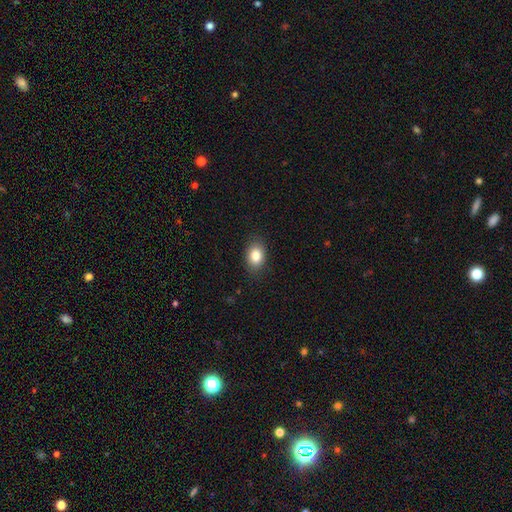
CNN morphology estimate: Smooth or featured?
  - smooth: 84% *
  - star or artifact: 8%
  - featured or disk: 7%
How rounded?
  - in between: 80% *
  - round: 19%
  - cigar-shaped: 1%
Merging?
  - none: 86% *
  - minor disturbance: 11%
  - major disturbance: 3%
  - merger: 1%